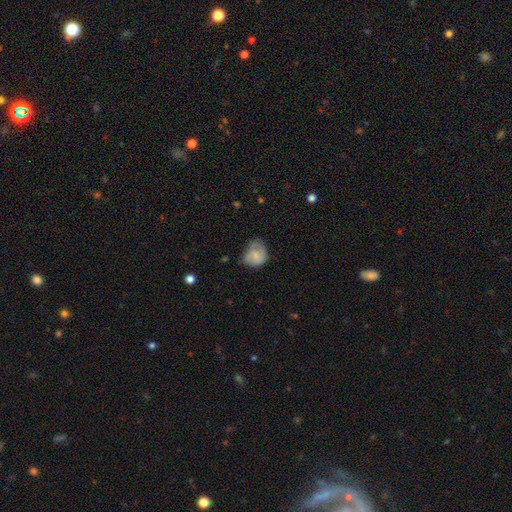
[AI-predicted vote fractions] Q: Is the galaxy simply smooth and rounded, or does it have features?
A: smooth — 69%.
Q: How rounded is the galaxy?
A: round — 54%.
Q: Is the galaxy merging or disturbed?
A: minor disturbance — 41%.